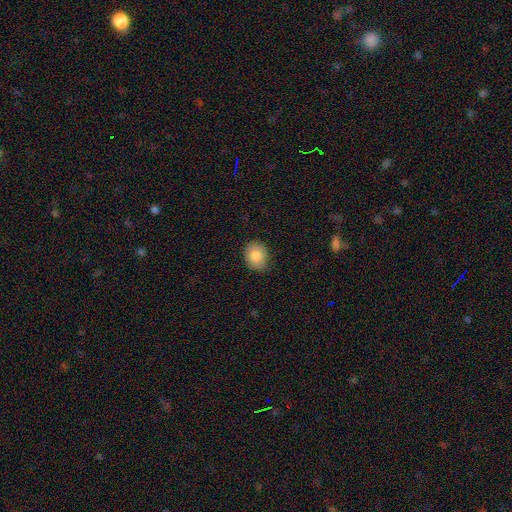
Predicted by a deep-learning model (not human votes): This appears to be a smooth galaxy with no disk features (84%) that is round (56%). Merging: none (84%).